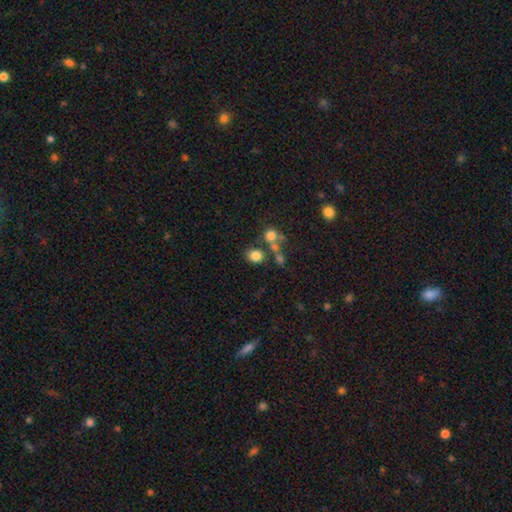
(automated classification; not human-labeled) smooth 78%, star or artifact 13%, featured or disk 9%. Down the decision tree: how rounded — round (63%); merging — none (60%).